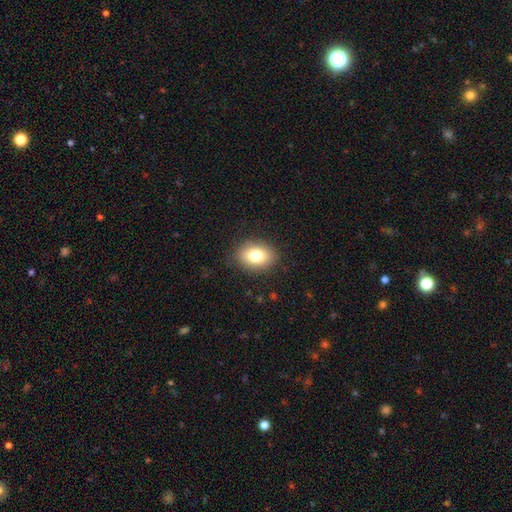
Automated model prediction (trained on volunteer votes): smooth 79%, featured or disk 11%, star or artifact 9%. Down the decision tree: how rounded — in between (74%); merging — none (86%).